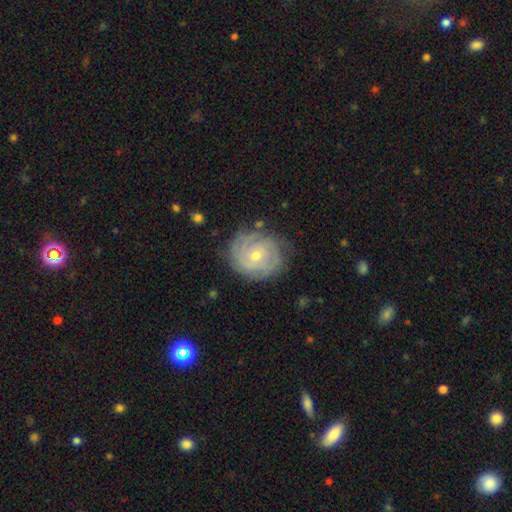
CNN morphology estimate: Smooth or featured? Predicted: featured or disk (p=0.76). Edge-on disk? Predicted: no (p=0.98). Bar? Predicted: no (p=0.73). Spiral arms? Predicted: yes (p=0.90). Spiral winding? Predicted: tight (p=0.74). Spiral arm count? Predicted: can't tell (p=0.40). Bulge size? Predicted: small (p=0.61). Merging? Predicted: none (p=0.75).